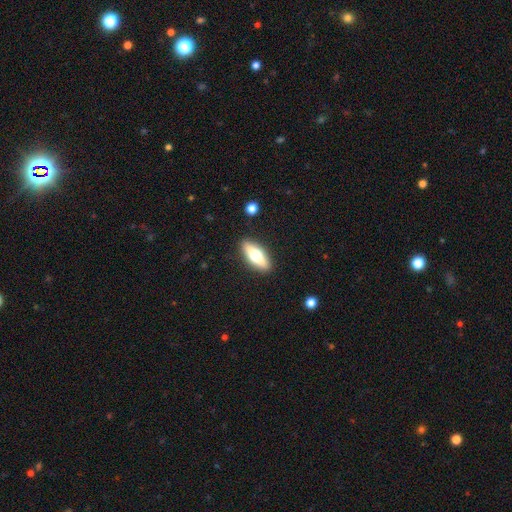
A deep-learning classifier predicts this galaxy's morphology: Smooth or featured? Predicted: smooth (p=0.56). How rounded? Predicted: in between (p=0.63). Merging? Predicted: none (p=0.88).